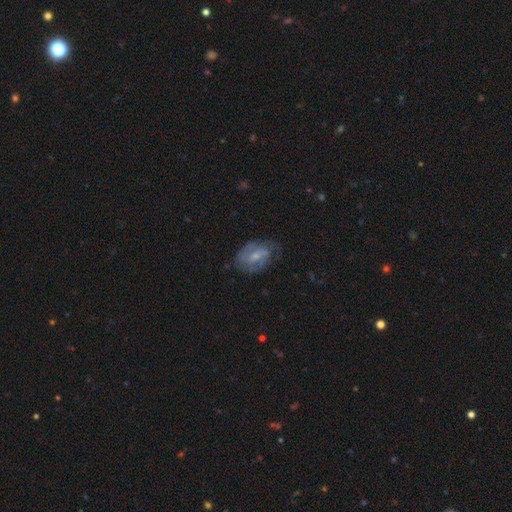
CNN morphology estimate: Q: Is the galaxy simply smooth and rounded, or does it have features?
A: featured or disk — 60%.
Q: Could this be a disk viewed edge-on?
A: no — 96%.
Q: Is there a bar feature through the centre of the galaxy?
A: weak — 50%.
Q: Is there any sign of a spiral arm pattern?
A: yes — 74%.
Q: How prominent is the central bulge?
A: small — 46%.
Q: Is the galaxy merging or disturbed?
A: none — 57%.